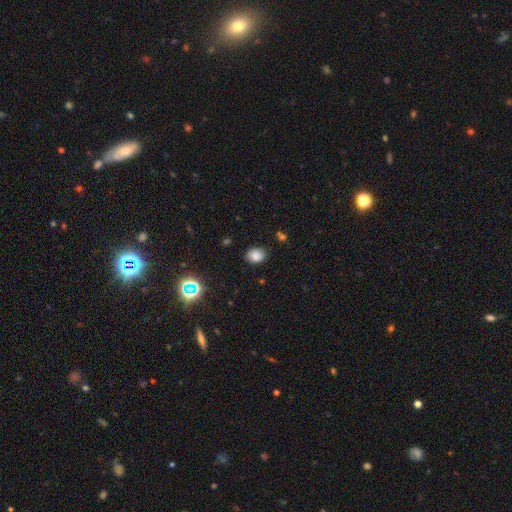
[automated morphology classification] type=smooth (82%); roundness=in between (61%); merging=none (84%).